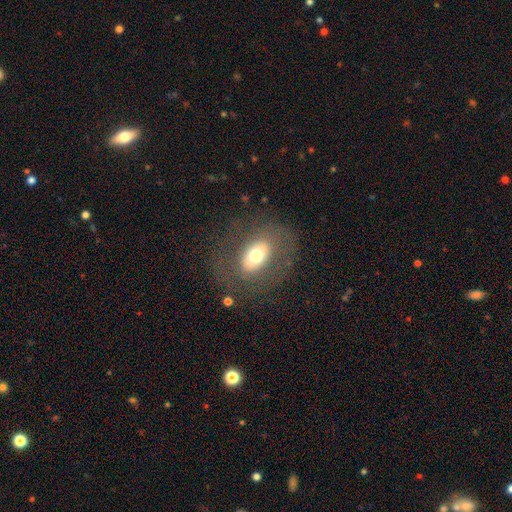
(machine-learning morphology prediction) smooth 55%, featured or disk 36%, star or artifact 10%. Down the decision tree: how rounded — in between (81%); merging — none (73%).